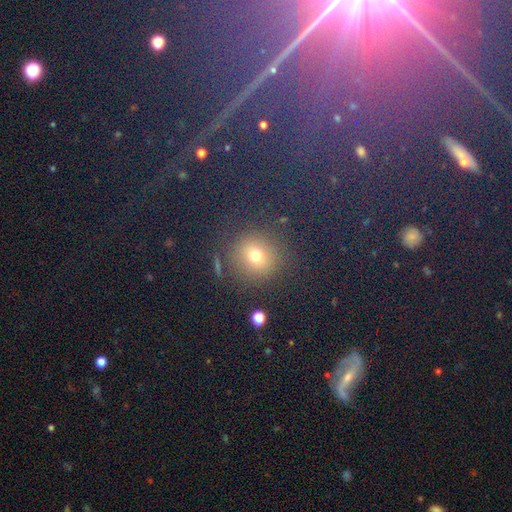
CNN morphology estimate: Smooth or featured? Predicted: smooth (p=0.64). How rounded? Predicted: round (p=0.88). Merging? Predicted: none (p=0.86).